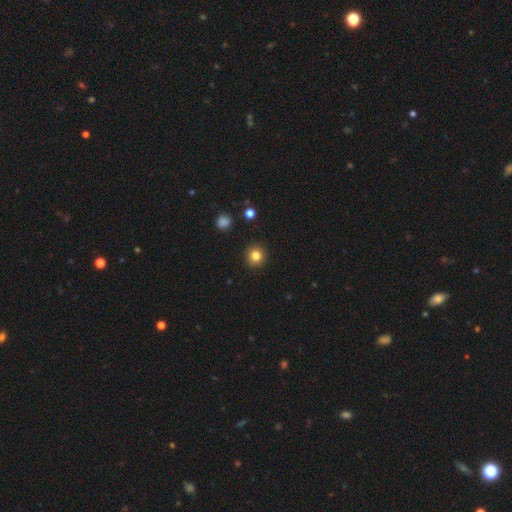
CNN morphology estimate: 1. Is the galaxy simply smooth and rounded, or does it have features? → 83% smooth, 11% star or artifact, 6% featured or disk.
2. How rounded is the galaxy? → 93% round, 6% in between, 1% cigar-shaped.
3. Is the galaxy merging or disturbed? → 92% none, 5% minor disturbance, 2% major disturbance, 1% merger.